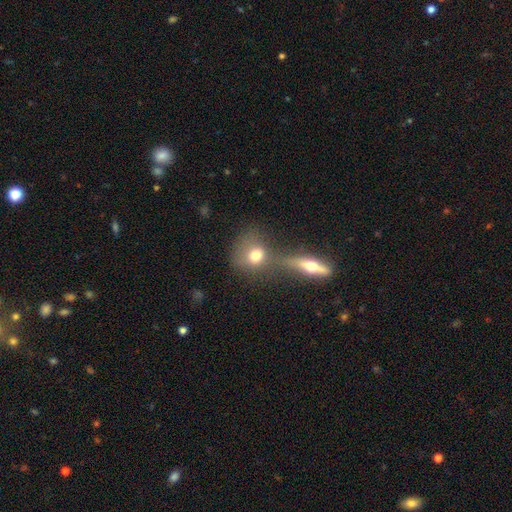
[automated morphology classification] Smooth or featured: smooth — 70% (featured or disk — 18%)
How rounded: round — 70% (in between — 26%)
Merging: merger — 43% (none — 42%)